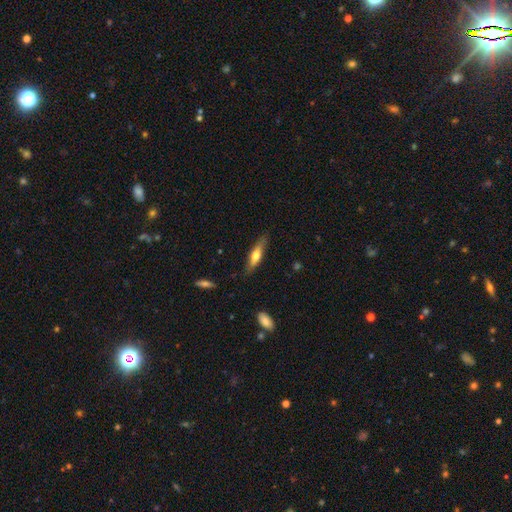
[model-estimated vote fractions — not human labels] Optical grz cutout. It shows a smooth galaxy with no disk features (52%) that is cigar-shaped (74%). Merging: none (83%).